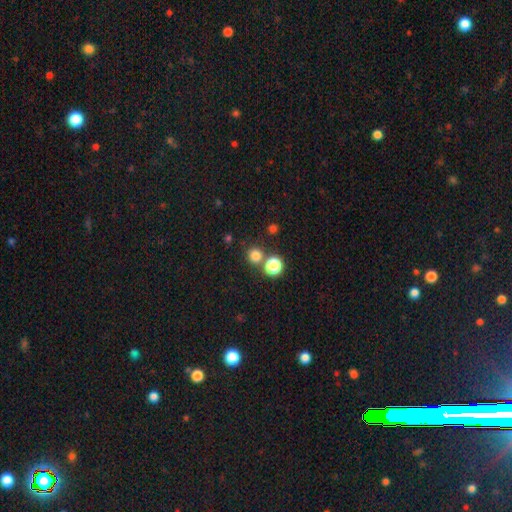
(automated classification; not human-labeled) Smooth or featured? smooth (78%)
How rounded? round (93%)
Merging? none (76%)